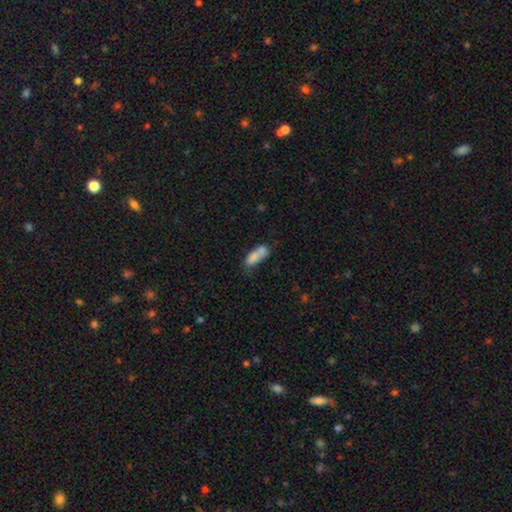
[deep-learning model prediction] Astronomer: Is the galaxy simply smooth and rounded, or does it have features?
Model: smooth — 76%.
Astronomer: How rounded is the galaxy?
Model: in between — 72%.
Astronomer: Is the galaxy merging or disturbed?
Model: none — 35%, tied with merger at 35%.